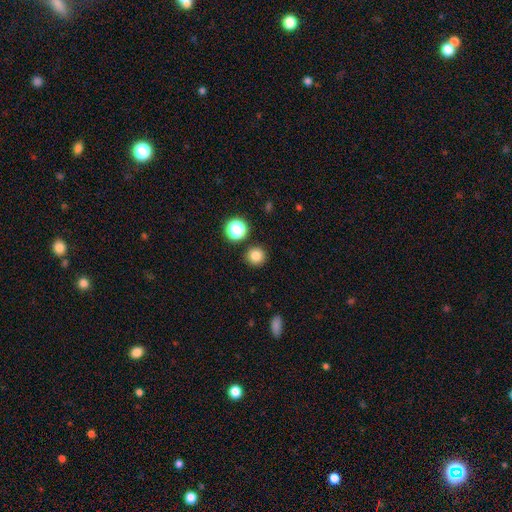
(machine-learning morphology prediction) Smooth or featured? smooth (82%)
How rounded? round (93%)
Merging? none (89%)